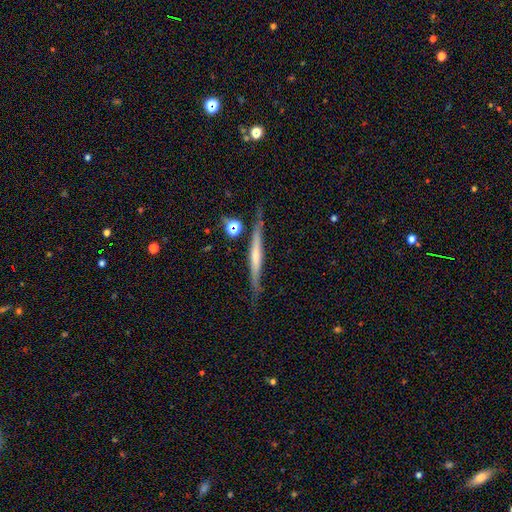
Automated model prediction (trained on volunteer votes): smooth_or_featured: featured or disk (p=0.59) [alt: smooth p=0.34]
disk_edge_on: yes (p=0.95) [alt: no p=0.05]
edge_on_bulge: none (p=0.58) [alt: rounded p=0.32]
merging: none (p=0.78) [alt: minor disturbance p=0.15]